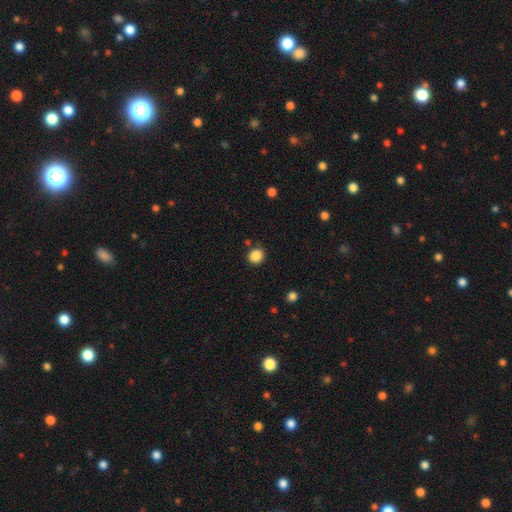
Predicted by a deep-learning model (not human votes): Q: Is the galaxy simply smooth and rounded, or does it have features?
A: smooth — 86%.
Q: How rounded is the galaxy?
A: round — 88%.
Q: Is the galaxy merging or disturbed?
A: none — 85%.